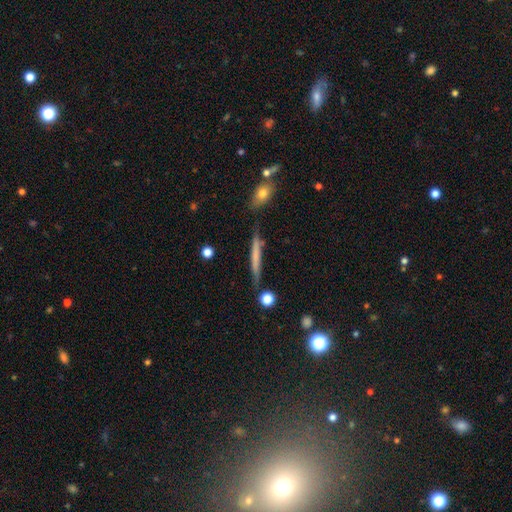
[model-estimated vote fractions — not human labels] This is possibly a smooth galaxy (56%). How rounded: clearly cigar-shaped (94%). Merging: likely none (76%).